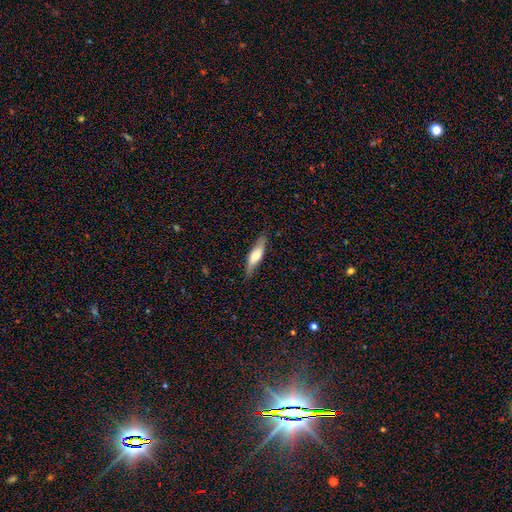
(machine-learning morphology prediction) A smooth galaxy with no disk features (55%) that is cigar-shaped (66%).

Vote fractions:
- Smooth or featured? smooth: 55% / featured or disk: 39% / star or artifact: 6%
- How rounded? cigar-shaped: 66% / in between: 32% / round: 2%
- Merging? none: 81% / minor disturbance: 15% / major disturbance: 3% / merger: 1%